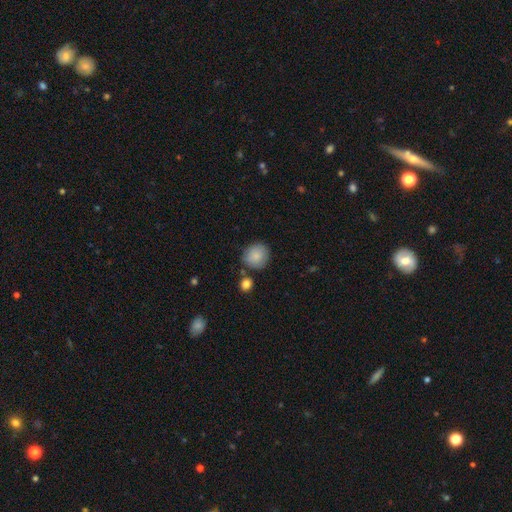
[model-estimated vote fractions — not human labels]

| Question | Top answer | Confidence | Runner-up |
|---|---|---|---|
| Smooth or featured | smooth | 85% | featured or disk (8%) |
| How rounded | round | 86% | in between (13%) |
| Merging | none | 77% | minor disturbance (13%) |